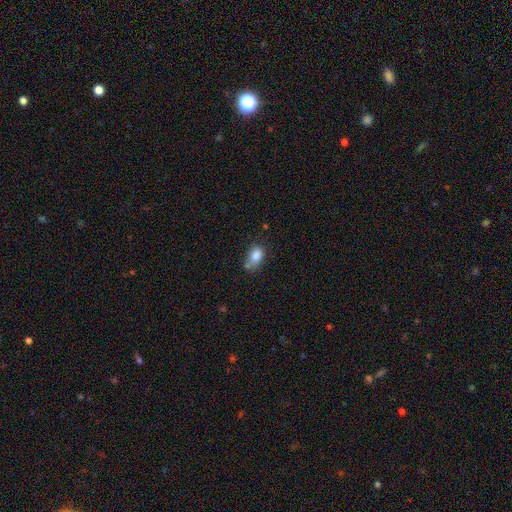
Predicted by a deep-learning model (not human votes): Smooth or featured? Predicted: smooth (p=0.83). How rounded? Predicted: in between (p=0.80). Merging? Predicted: none (p=0.49).